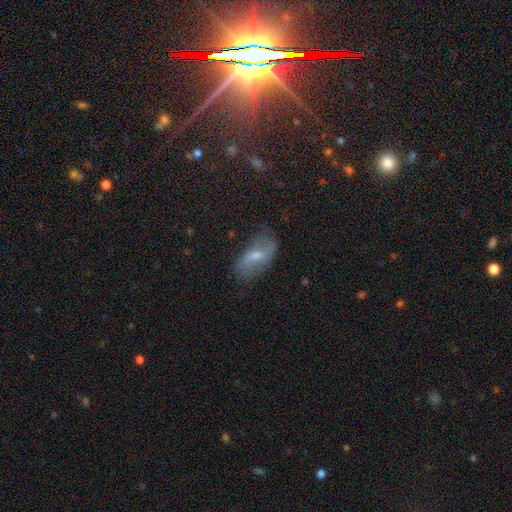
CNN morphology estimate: Smooth or featured? featured or disk (54%)
Edge-on disk? no (89%)
Merging? none (73%)